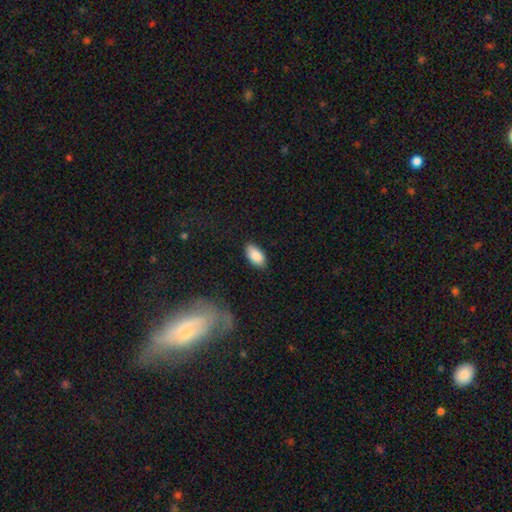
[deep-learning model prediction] Smooth or featured? Predicted: smooth (p=0.88). How rounded? Predicted: in between (p=0.94). Merging? Predicted: none (p=0.83).